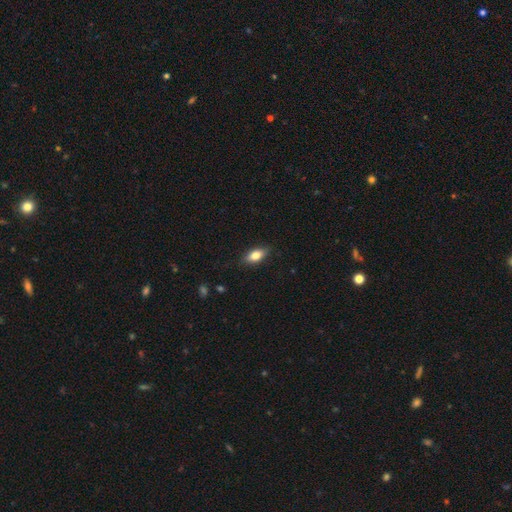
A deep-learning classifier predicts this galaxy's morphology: This is likely a smooth galaxy (78%). How rounded: clearly in between (85%). Merging: clearly none (85%).